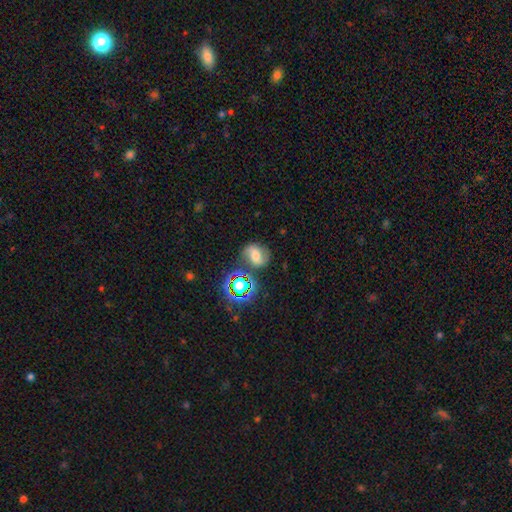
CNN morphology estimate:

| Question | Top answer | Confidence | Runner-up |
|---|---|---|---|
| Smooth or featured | featured or disk | 54% | smooth (28%) |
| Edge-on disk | no | 97% | yes (3%) |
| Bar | weak | 42% | no (32%) |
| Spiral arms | yes | 89% | no (11%) |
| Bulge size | moderate | 51% | small (26%) |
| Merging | none | 70% | minor disturbance (17%) |